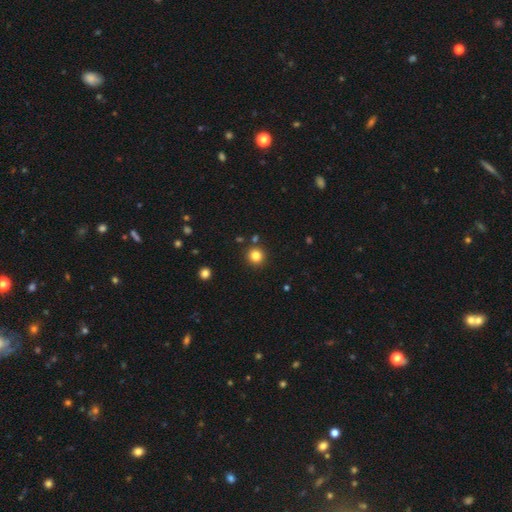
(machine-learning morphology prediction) A smooth galaxy with no disk features (82%) that is round (94%).

Vote fractions:
- Smooth or featured? smooth: 82% / star or artifact: 12% / featured or disk: 5%
- How rounded? round: 94% / in between: 6% / cigar-shaped: 1%
- Merging? none: 88% / minor disturbance: 6% / merger: 4% / major disturbance: 2%